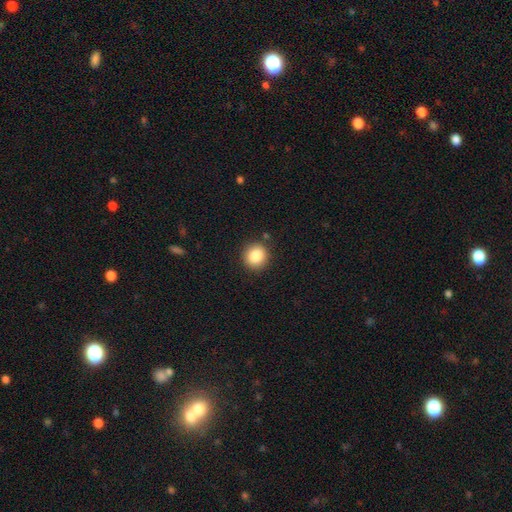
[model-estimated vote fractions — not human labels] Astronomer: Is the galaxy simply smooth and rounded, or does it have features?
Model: smooth — 86%.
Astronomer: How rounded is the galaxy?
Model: round — 87%.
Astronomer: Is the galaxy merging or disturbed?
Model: none — 88%.